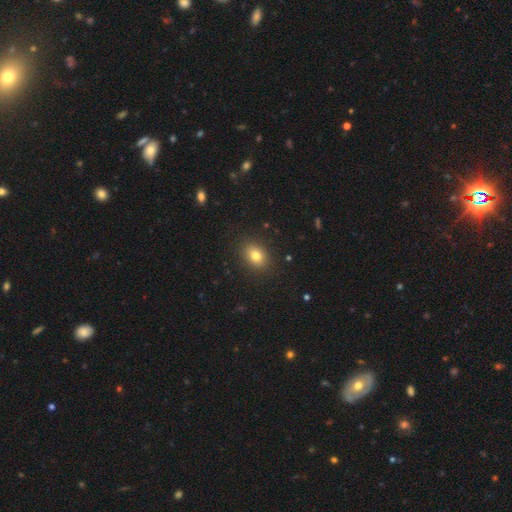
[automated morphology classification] smooth-or-featured: smooth: 80% | star or artifact: 11% | featured or disk: 9%
  how-rounded: in between: 64% | round: 35% | cigar-shaped: 1%
  merging: none: 88% | minor disturbance: 9% | major disturbance: 3% | merger: 1%